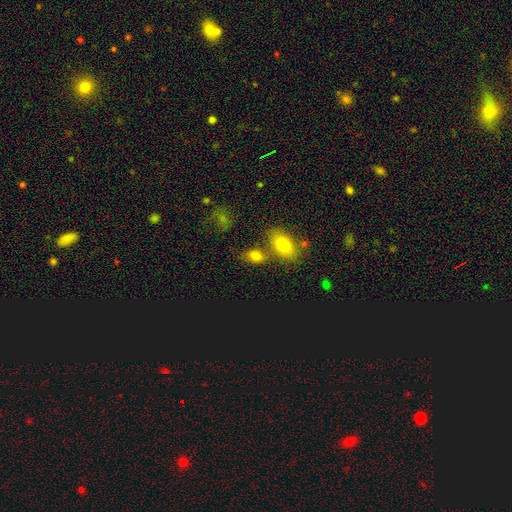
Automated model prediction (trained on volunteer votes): Smooth or featured?
  - smooth: 75% *
  - star or artifact: 15%
  - featured or disk: 10%
How rounded?
  - in between: 81% *
  - round: 16%
  - cigar-shaped: 3%
Merging?
  - none: 54% *
  - merger: 29%
  - minor disturbance: 12%
  - major disturbance: 5%